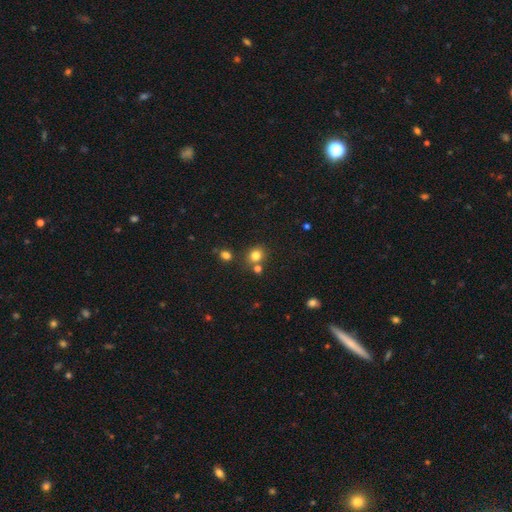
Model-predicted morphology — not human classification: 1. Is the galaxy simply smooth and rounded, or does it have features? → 79% smooth, 15% star or artifact, 6% featured or disk.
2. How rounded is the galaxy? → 78% round, 21% in between, 1% cigar-shaped.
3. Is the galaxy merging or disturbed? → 70% none, 16% merger, 10% minor disturbance, 3% major disturbance.